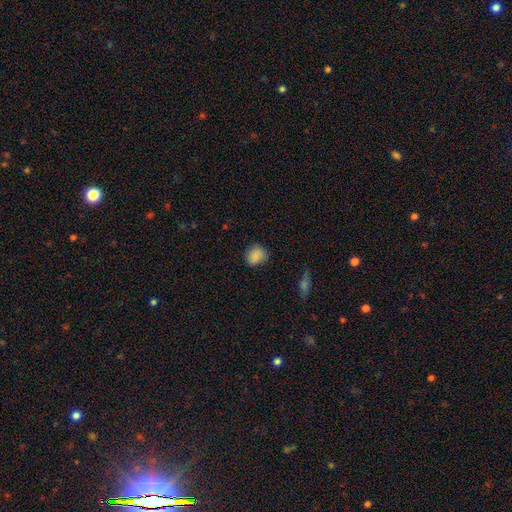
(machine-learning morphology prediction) A smooth galaxy with no disk features (86%) that is round (69%).

Vote fractions:
- Smooth or featured? smooth: 86% / star or artifact: 9% / featured or disk: 5%
- How rounded? round: 69% / in between: 30% / cigar-shaped: 1%
- Merging? none: 77% / minor disturbance: 18% / major disturbance: 4% / merger: 2%